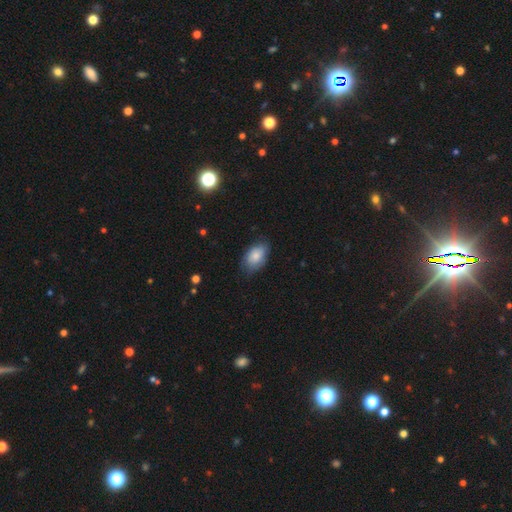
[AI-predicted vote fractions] This is clearly a smooth galaxy (80%). How rounded: clearly in between (91%). Merging: likely none (72%).